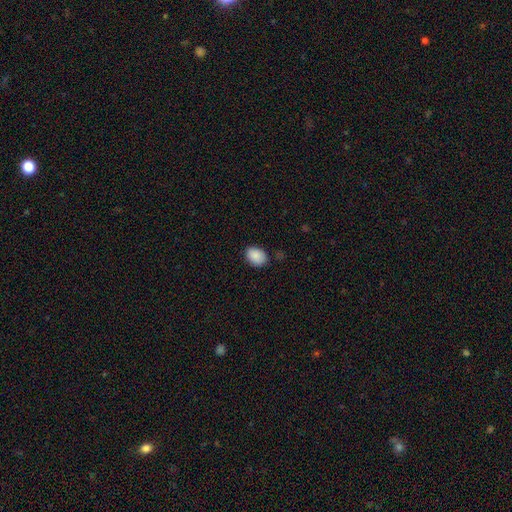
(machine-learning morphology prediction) Smooth or featured? Predicted: smooth (p=0.90). How rounded? Predicted: in between (p=0.77). Merging? Predicted: none (p=0.83).